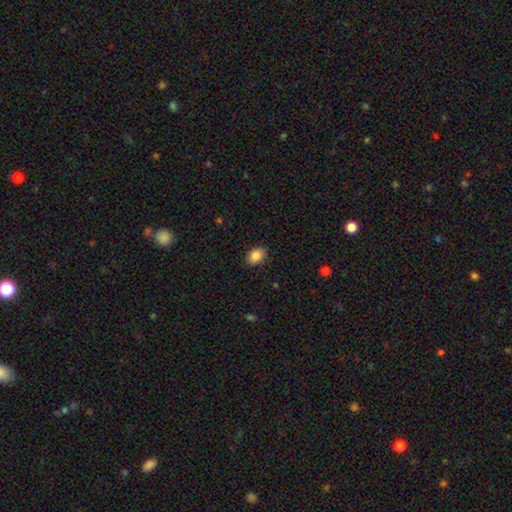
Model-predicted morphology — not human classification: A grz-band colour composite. It shows a smooth galaxy with no disk features (88%) that is in between round and cigar-shaped (75%). Merging: none (88%).